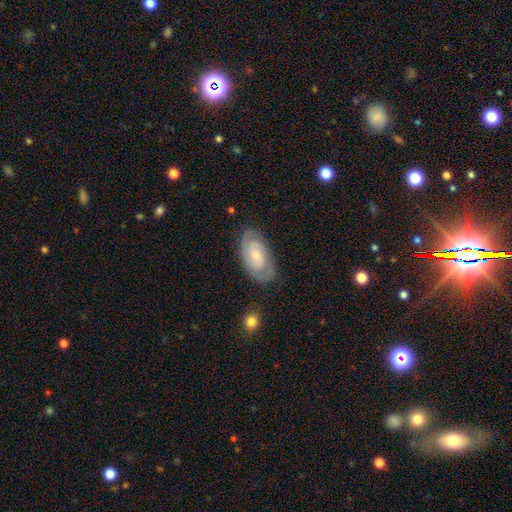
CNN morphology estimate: featured or disk 70%, smooth 24%, star or artifact 6%. Down the decision tree: edge-on disk — no (95%); bar — no (49%); spiral arms — yes (91%); spiral arm count — 2 (65%); spiral winding — tight (57%); bulge size — small (52%); merging — none (77%).